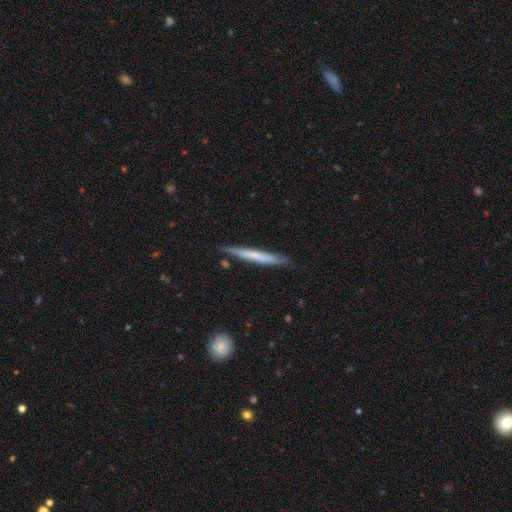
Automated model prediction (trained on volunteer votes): Smooth or featured?
  - smooth: 54% *
  - featured or disk: 41%
  - star or artifact: 5%
How rounded?
  - cigar-shaped: 96% *
  - in between: 2%
  - round: 1%
Merging?
  - none: 83% *
  - minor disturbance: 13%
  - merger: 2%
  - major disturbance: 2%